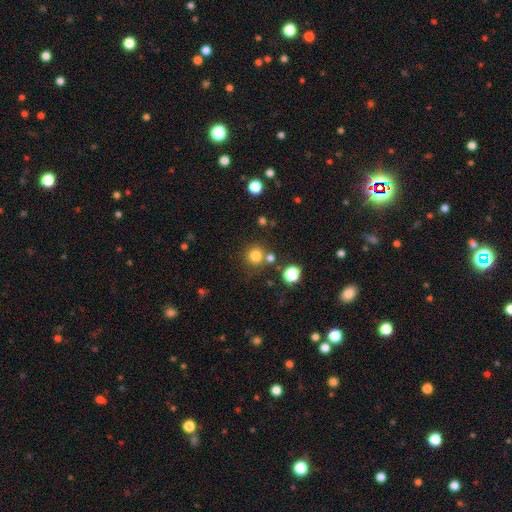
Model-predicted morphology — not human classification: Smooth or featured? Predicted: smooth (p=0.79). How rounded? Predicted: round (p=0.93). Merging? Predicted: none (p=0.75).